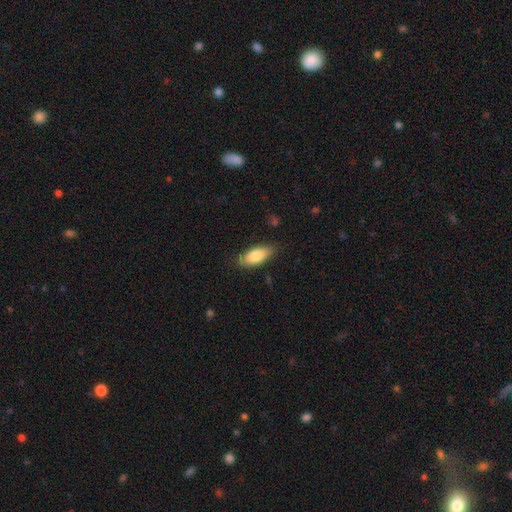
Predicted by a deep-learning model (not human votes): Overall: smooth (82%). How rounded: in between (83%). Merging: none (82%).